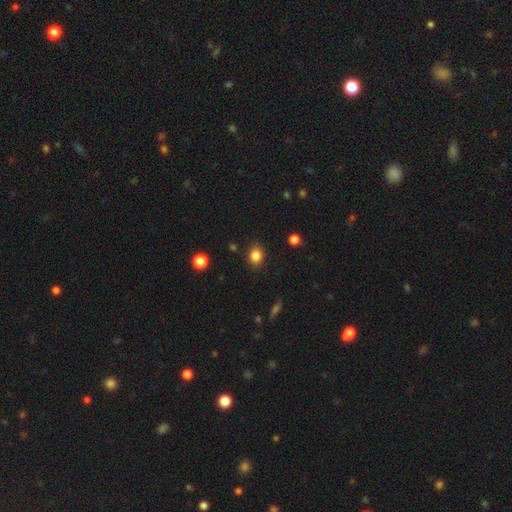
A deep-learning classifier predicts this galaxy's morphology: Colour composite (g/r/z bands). It shows a smooth galaxy with no disk features (84%) that is round (51%). Merging: none (87%).